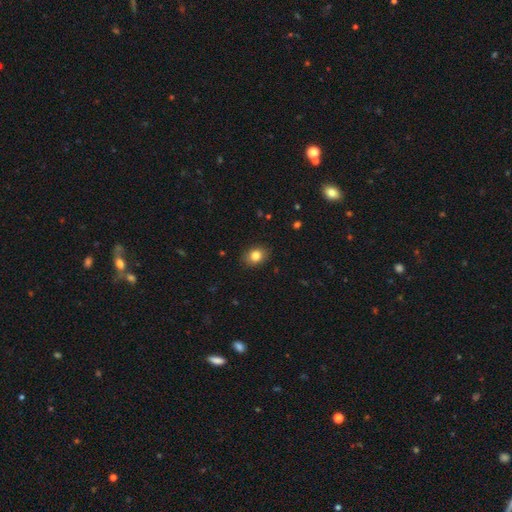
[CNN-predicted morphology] smooth_or_featured: smooth (p=0.83) [alt: star or artifact p=0.10]
how_rounded: in between (p=0.63) [alt: round p=0.36]
merging: none (p=0.88) [alt: minor disturbance p=0.09]